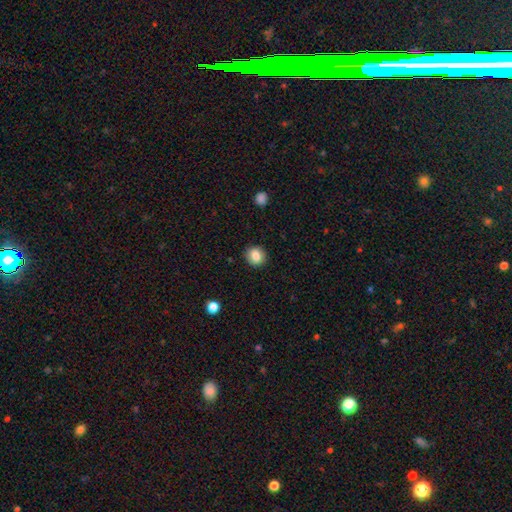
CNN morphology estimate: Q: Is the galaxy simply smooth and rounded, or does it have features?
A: smooth — 85%.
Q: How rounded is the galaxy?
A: round — 75%.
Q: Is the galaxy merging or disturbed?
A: none — 90%.